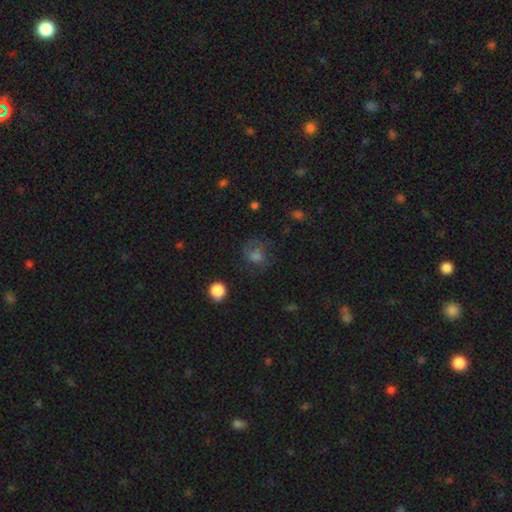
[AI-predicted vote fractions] Smooth or featured? Predicted: smooth (p=0.63). How rounded? Predicted: round (p=0.71). Merging? Predicted: none (p=0.58).